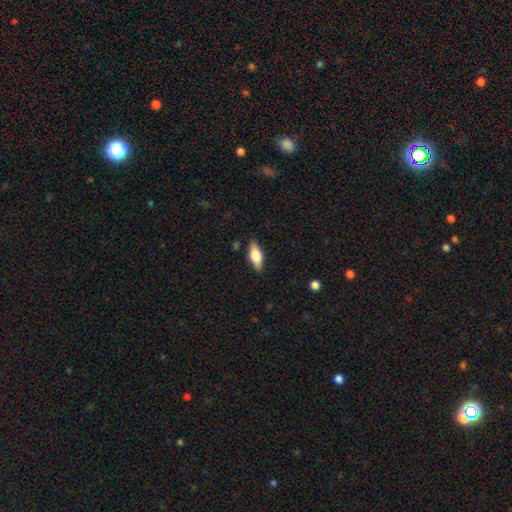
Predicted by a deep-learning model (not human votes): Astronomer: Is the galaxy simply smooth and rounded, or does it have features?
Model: smooth — 55% (runner-up: featured or disk, 38%).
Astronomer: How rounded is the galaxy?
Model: in between — 74%.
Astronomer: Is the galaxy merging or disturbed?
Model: none — 86%.